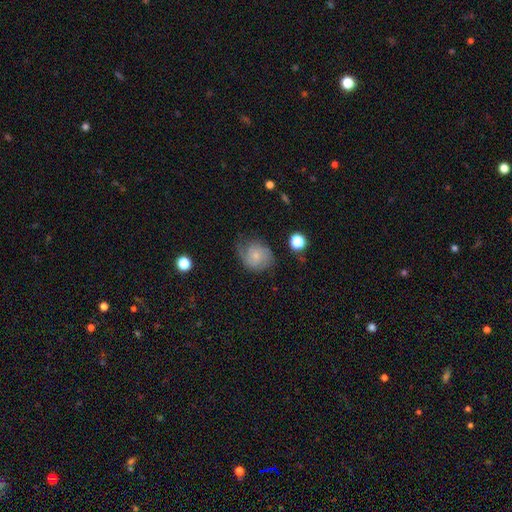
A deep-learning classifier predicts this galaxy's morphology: Smooth or featured? featured or disk (47%)
Merging? none (51%)